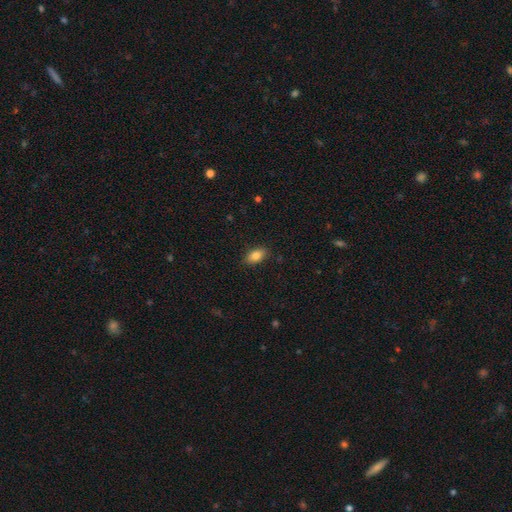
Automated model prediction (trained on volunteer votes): The model was most divided on "smooth or featured": smooth: 83%, featured or disk: 8%, star or artifact: 8%. More confident: how rounded — in between (90%); merging — none (87%).